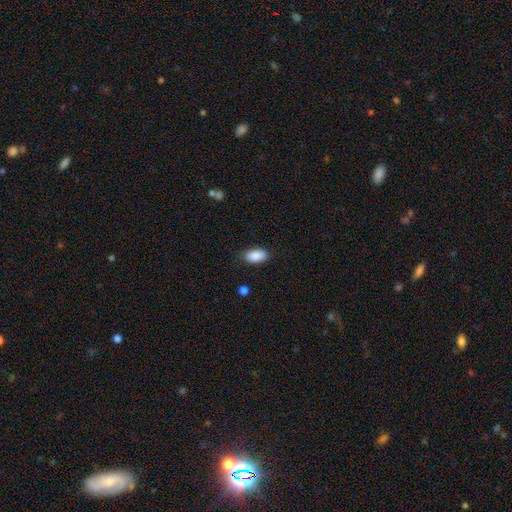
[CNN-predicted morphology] This is clearly a smooth galaxy (89%). How rounded: clearly in between (93%). Merging: clearly none (82%).